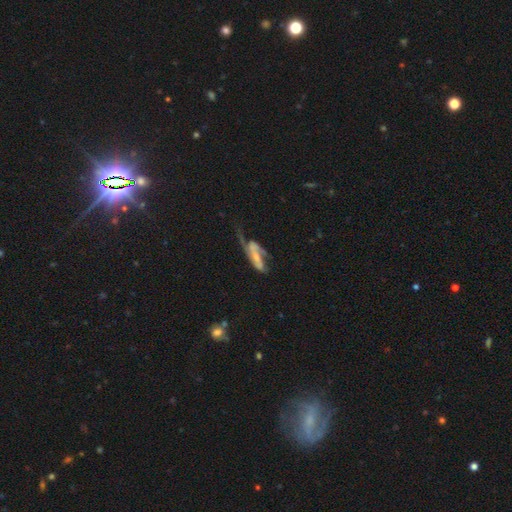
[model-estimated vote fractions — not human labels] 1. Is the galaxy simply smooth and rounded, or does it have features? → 61% featured or disk, 31% smooth, 8% star or artifact.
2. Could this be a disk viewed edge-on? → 84% no, 16% yes.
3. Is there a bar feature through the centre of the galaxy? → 51% no, 28% weak, 21% strong.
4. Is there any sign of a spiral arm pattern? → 68% yes, 32% no.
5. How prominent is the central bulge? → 53% small, 25% moderate, 17% none, 4% large, 2% dominant.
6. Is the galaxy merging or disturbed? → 46% major disturbance, 22% none, 21% minor disturbance, 11% merger.